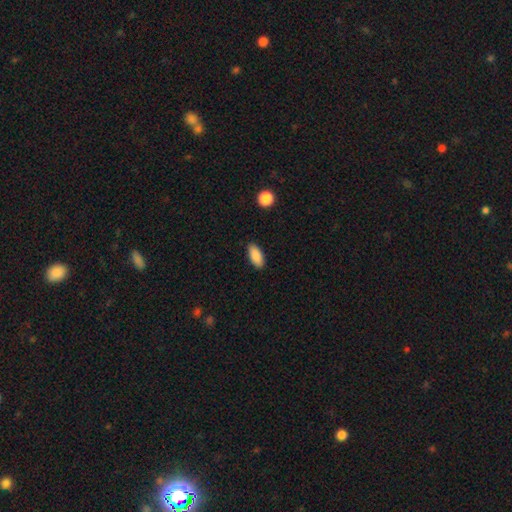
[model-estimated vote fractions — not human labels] This is clearly a smooth galaxy (89%). How rounded: clearly in between (87%). Merging: clearly none (88%).